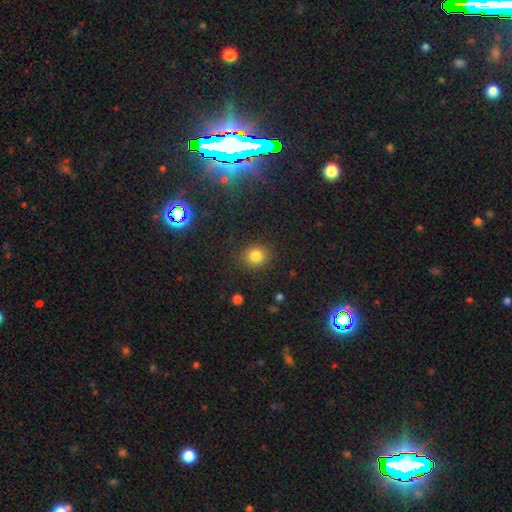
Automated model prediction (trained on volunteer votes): smooth-or-featured: smooth: 81% | star or artifact: 14% | featured or disk: 6%
  how-rounded: round: 79% | in between: 20% | cigar-shaped: 1%
  merging: none: 87% | minor disturbance: 8% | major disturbance: 3% | merger: 2%